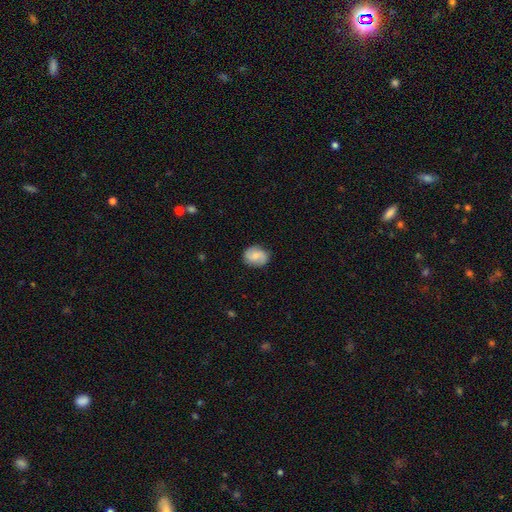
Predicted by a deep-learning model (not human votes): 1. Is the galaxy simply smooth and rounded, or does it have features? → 57% smooth, 35% featured or disk, 8% star or artifact.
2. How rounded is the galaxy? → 53% in between, 46% round, 1% cigar-shaped.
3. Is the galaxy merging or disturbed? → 82% none, 13% minor disturbance, 3% major disturbance, 1% merger.